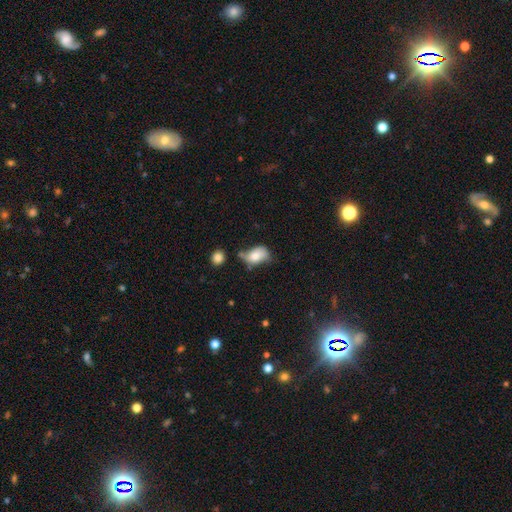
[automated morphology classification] A smooth galaxy with no disk features (66%) that is in between round and cigar-shaped (87%). Merging: minor disturbance (36%).